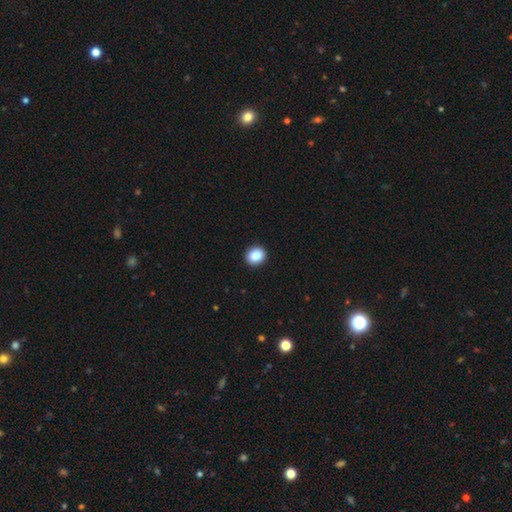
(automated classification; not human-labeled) The model was most divided on "how rounded": round: 72%, in between: 27%, cigar-shaped: 1%. More confident: merging — none (92%); smooth or featured — smooth (88%).